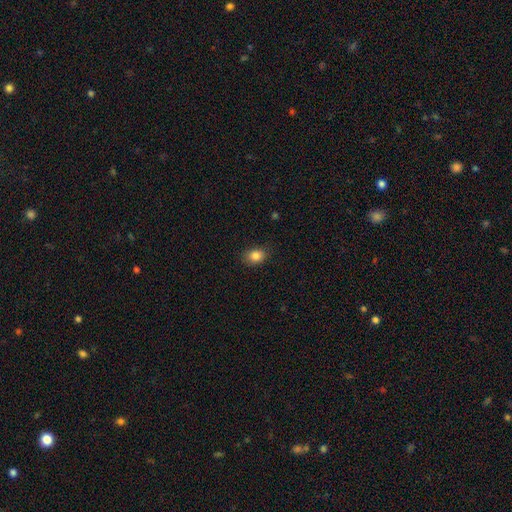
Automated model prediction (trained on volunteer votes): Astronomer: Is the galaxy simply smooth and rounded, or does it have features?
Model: smooth — 84%.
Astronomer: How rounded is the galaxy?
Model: in between — 63%.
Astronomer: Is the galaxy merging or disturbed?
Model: none — 84%.